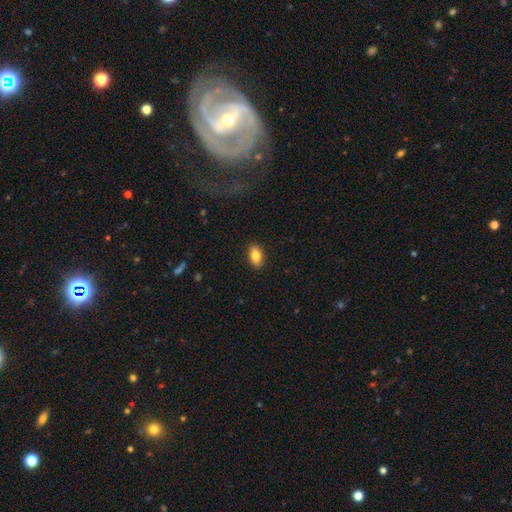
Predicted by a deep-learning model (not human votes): A smooth galaxy with no disk features (83%) that is in between round and cigar-shaped (89%). Merging: none (89%).